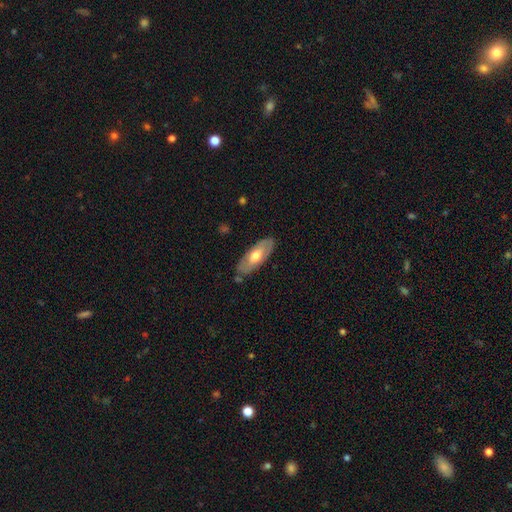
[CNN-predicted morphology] Overall: featured or disk (48%; smooth 47%). Merging: none (81%).